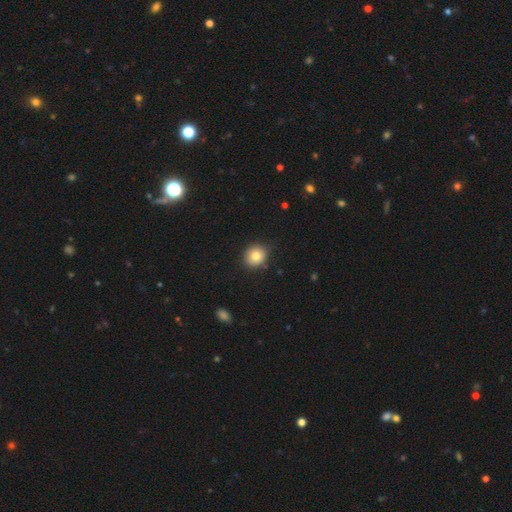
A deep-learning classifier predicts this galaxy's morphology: type=smooth (80%); roundness=round (79%); merging=none (86%).